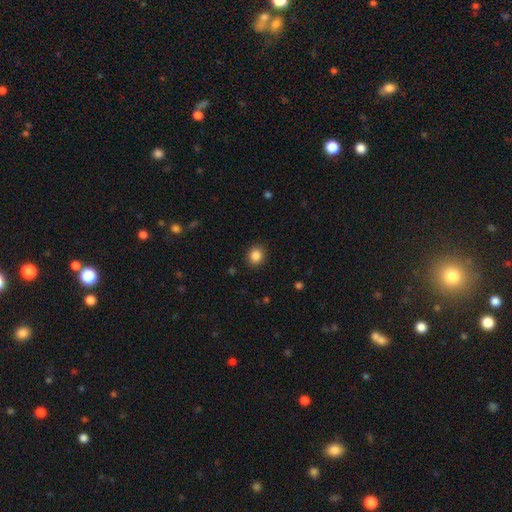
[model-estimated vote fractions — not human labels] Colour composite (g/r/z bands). It shows a smooth galaxy with no disk features (86%) that is round (79%). Merging: none (90%).